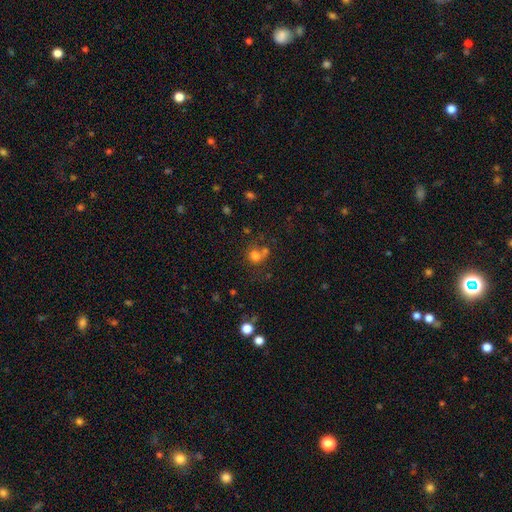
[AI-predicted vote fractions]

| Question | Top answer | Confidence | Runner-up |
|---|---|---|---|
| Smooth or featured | smooth | 73% | star or artifact (16%) |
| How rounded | round | 76% | in between (23%) |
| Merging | none | 46% | merger (36%) |